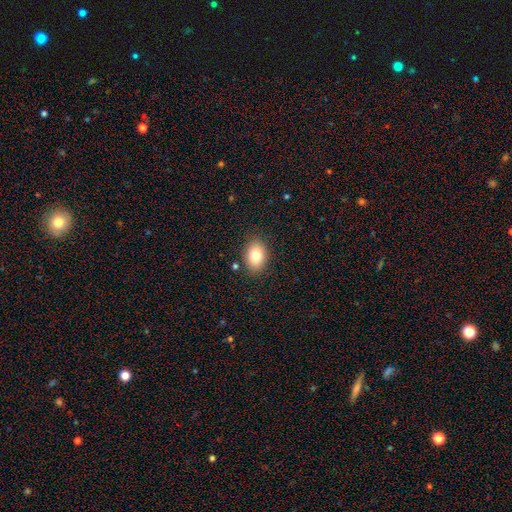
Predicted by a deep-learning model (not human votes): The model was most divided on "how rounded": in between: 73%, round: 26%, cigar-shaped: 1%. More confident: merging — none (87%); smooth or featured — smooth (80%).